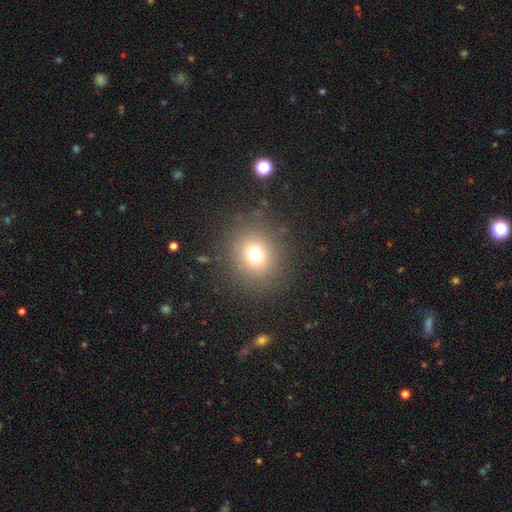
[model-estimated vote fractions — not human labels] Smooth or featured? smooth (72%)
How rounded? round (81%)
Merging? none (86%)